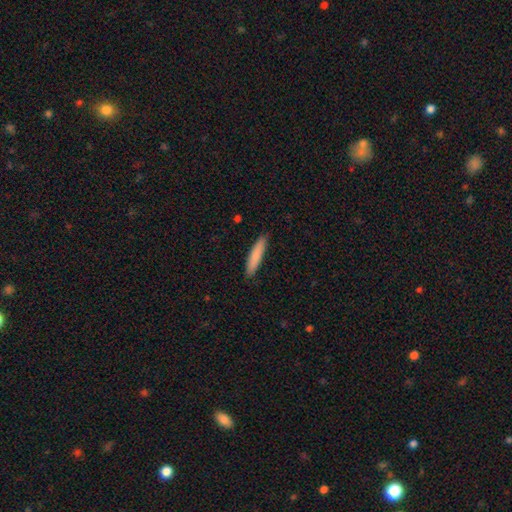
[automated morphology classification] smooth_or_featured: smooth (p=0.84) [alt: featured or disk p=0.11]
how_rounded: cigar-shaped (p=0.89) [alt: in between p=0.10]
merging: none (p=0.90) [alt: minor disturbance p=0.07]